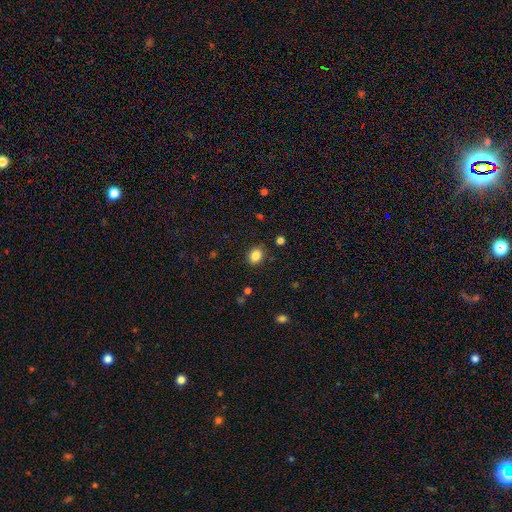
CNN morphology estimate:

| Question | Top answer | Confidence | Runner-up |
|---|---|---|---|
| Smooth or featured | smooth | 85% | star or artifact (10%) |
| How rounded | round | 50% | tied: in between (50%) |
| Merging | none | 86% | minor disturbance (10%) |